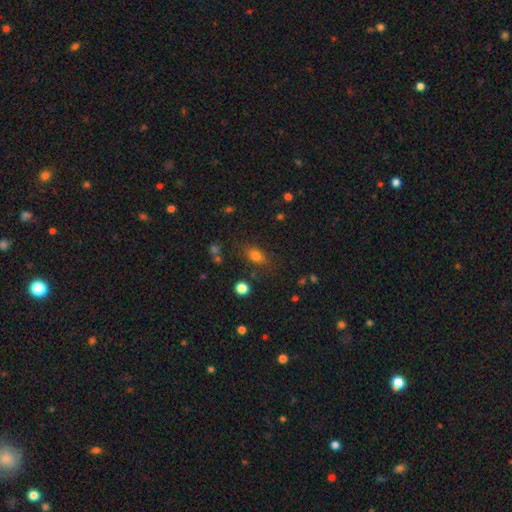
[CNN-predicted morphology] This appears to be a smooth galaxy with no disk features (76%) that is in between round and cigar-shaped (73%). Merging: none (78%).